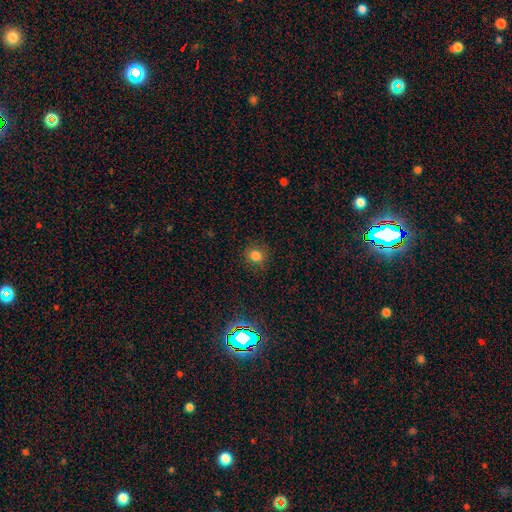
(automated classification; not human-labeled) A smooth galaxy with no disk features (80%) that is round (86%). Merging: none (87%).